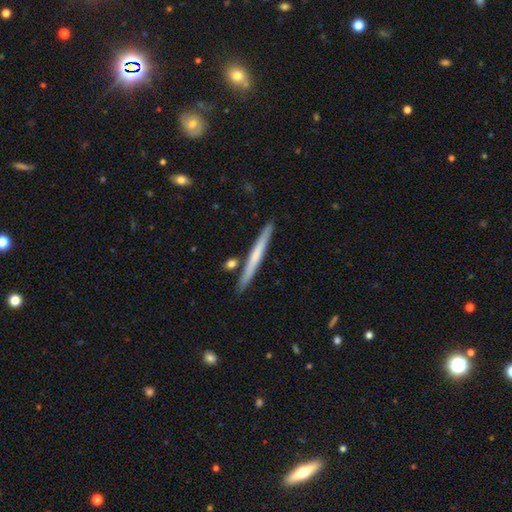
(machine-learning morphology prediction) This is possibly a smooth galaxy (51%). How rounded: clearly cigar-shaped (97%). Merging: clearly none (88%).